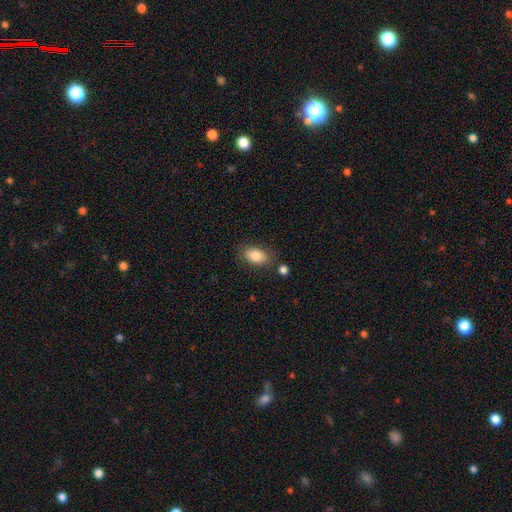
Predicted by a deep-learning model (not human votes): Smooth or featured? Predicted: smooth (p=0.85). How rounded? Predicted: in between (p=0.90). Merging? Predicted: none (p=0.78).